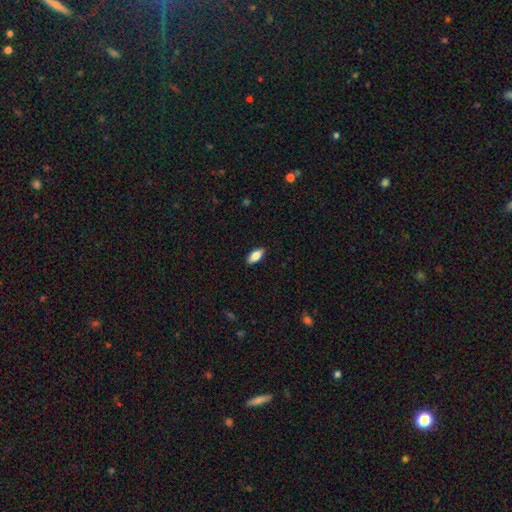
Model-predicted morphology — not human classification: smooth-or-featured: smooth: 79% | featured or disk: 14% | star or artifact: 7%
  how-rounded: in between: 86% | cigar-shaped: 12% | round: 2%
  merging: none: 89% | minor disturbance: 8% | major disturbance: 2% | merger: 1%